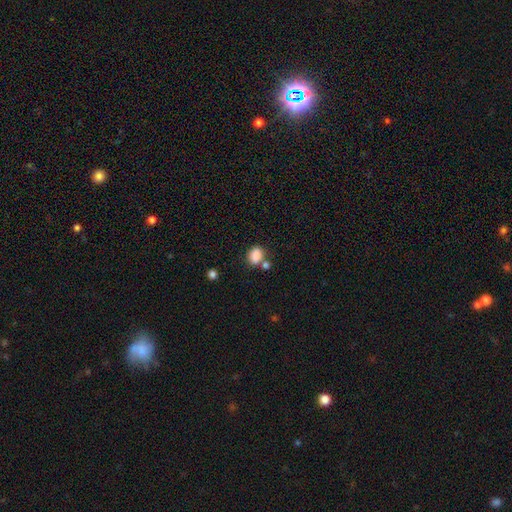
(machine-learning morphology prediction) Smooth or featured? Predicted: smooth (p=0.85). How rounded? Predicted: in between (p=0.67). Merging? Predicted: none (p=0.59).